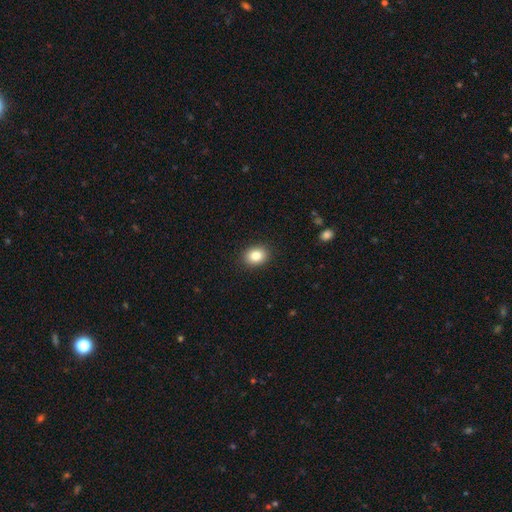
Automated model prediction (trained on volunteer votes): smooth-or-featured: smooth: 84% | star or artifact: 9% | featured or disk: 7%
  how-rounded: in between: 50% | round: 49% | cigar-shaped: 1%
  merging: none: 90% | minor disturbance: 7% | major disturbance: 2% | merger: 1%